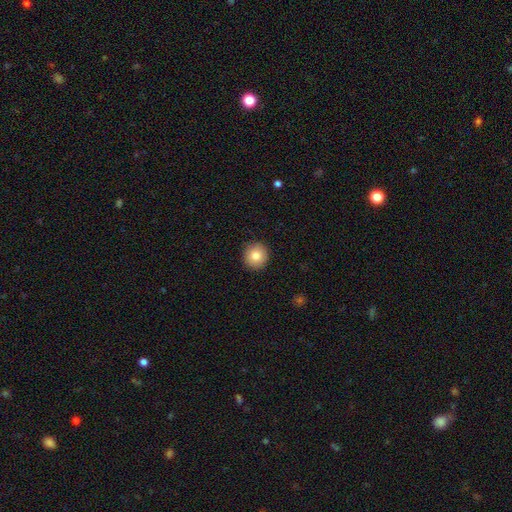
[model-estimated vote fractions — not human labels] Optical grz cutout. It shows a smooth galaxy with no disk features (83%) that is round (92%). Merging: none (91%).